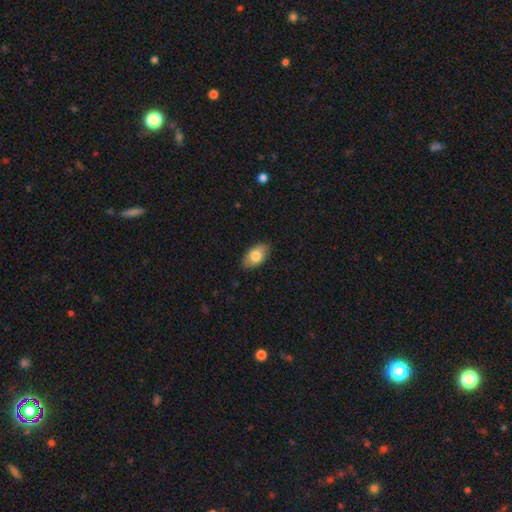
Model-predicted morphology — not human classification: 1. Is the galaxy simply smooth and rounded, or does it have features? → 81% smooth, 12% featured or disk, 7% star or artifact.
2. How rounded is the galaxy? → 92% in between, 6% round, 2% cigar-shaped.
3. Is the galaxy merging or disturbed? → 86% none, 11% minor disturbance, 2% major disturbance, 1% merger.